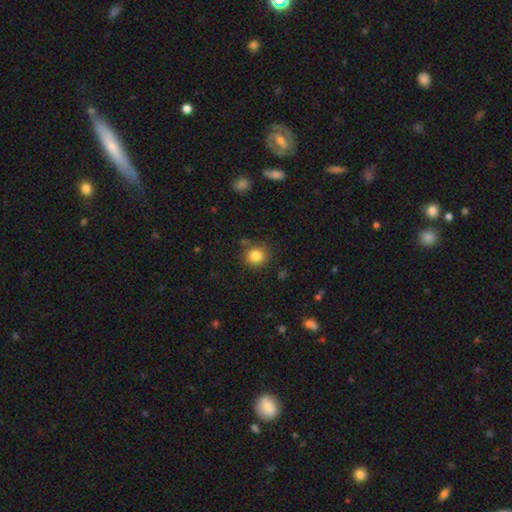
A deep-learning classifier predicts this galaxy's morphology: This appears to be a smooth galaxy with no disk features (83%) that is round (88%). Merging: none (83%).